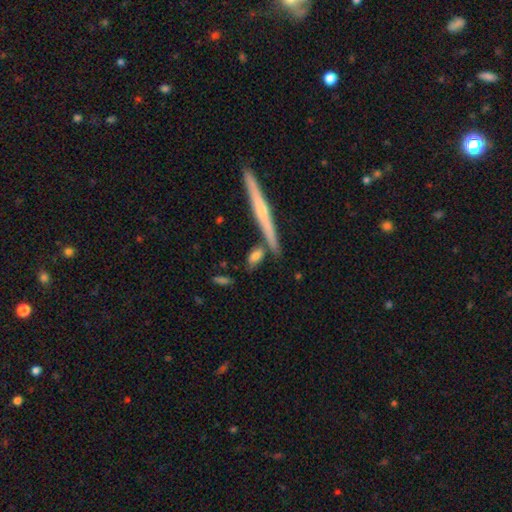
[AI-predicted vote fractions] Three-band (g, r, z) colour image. It shows a smooth galaxy with no disk features (71%) that is in between round and cigar-shaped (61%). Merging: none (62%).